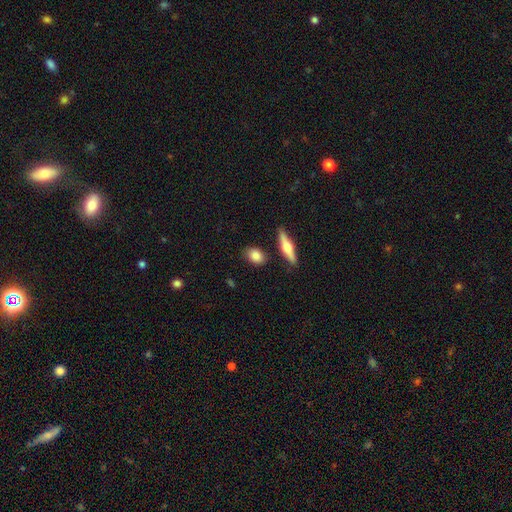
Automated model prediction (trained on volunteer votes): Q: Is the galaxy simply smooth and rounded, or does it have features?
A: smooth — 81%.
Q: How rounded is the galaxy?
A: in between — 68%.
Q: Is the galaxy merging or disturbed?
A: none — 82%.